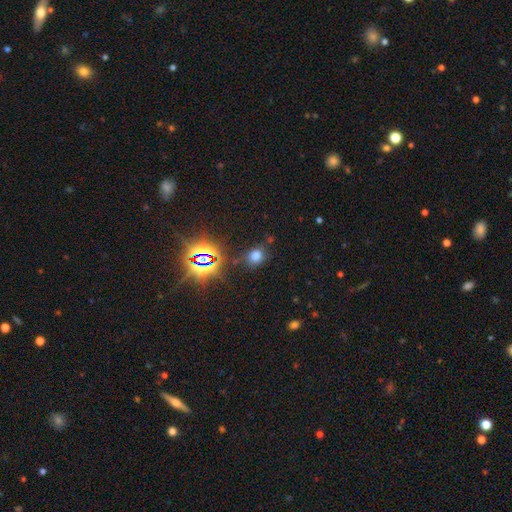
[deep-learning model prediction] smooth 65%, star or artifact 28%, featured or disk 7%. Down the decision tree: how rounded — round (56%); merging — none (76%).